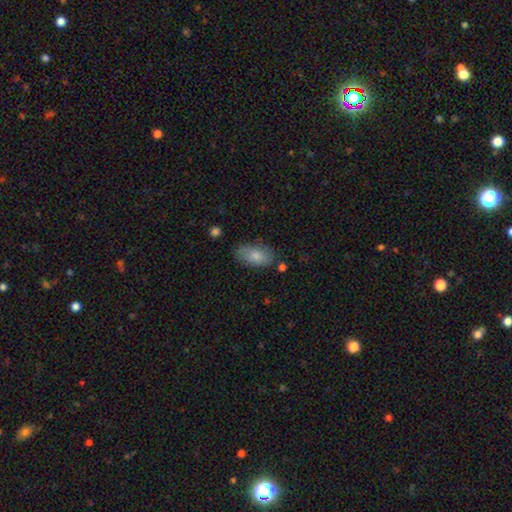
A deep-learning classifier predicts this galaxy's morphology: smooth 80%, featured or disk 13%, star or artifact 7%. Down the decision tree: how rounded — in between (92%); merging — none (70%).